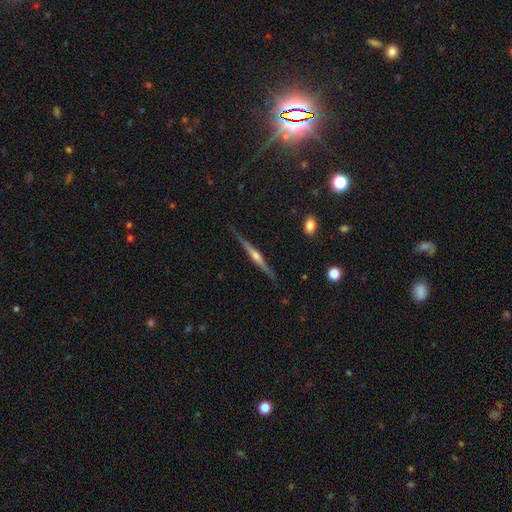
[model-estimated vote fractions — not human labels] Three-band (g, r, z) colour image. It shows a featured or disk galaxy (75%) viewed edge-on (98%) with a rounded central bulge (76%). Merging: none (84%).